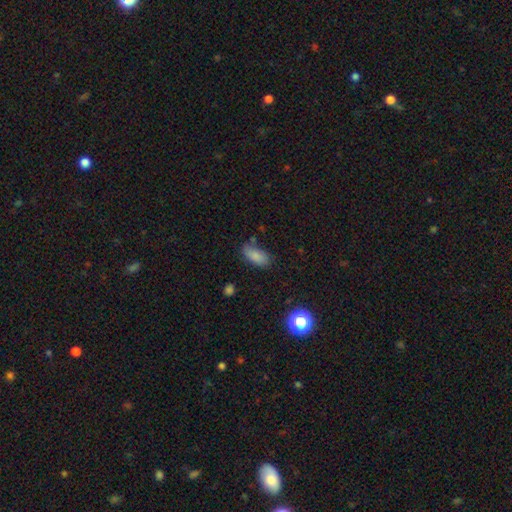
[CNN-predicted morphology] Q: Smooth or featured?
A: smooth (84%); runner-up: star or artifact (9%)
Q: How rounded?
A: in between (88%); runner-up: cigar-shaped (9%)
Q: Merging?
A: none (70%); runner-up: minor disturbance (20%)